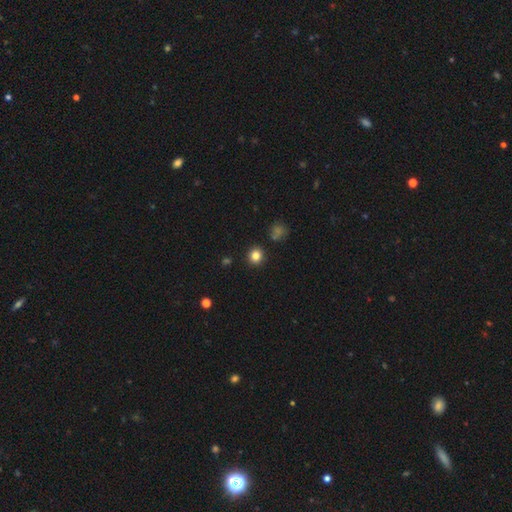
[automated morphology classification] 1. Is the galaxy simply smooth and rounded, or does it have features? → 82% smooth, 13% star or artifact, 5% featured or disk.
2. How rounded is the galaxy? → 90% round, 9% in between, 1% cigar-shaped.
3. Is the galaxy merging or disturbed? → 90% none, 6% minor disturbance, 2% merger, 2% major disturbance.